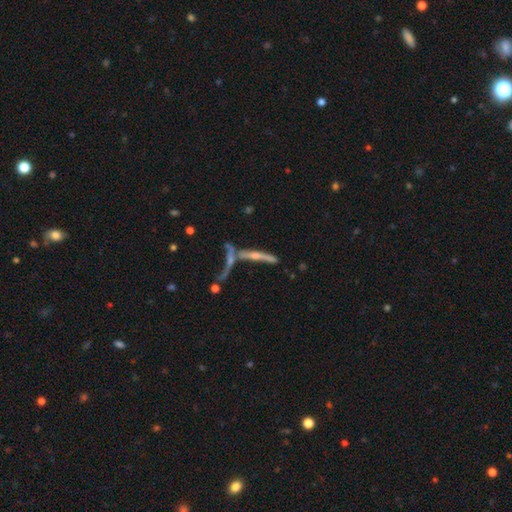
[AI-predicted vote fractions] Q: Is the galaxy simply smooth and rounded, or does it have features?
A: featured or disk — 62%.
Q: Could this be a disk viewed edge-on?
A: yes — 82%.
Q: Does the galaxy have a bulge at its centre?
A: rounded — 63%.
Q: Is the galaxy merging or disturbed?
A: none — 40%.